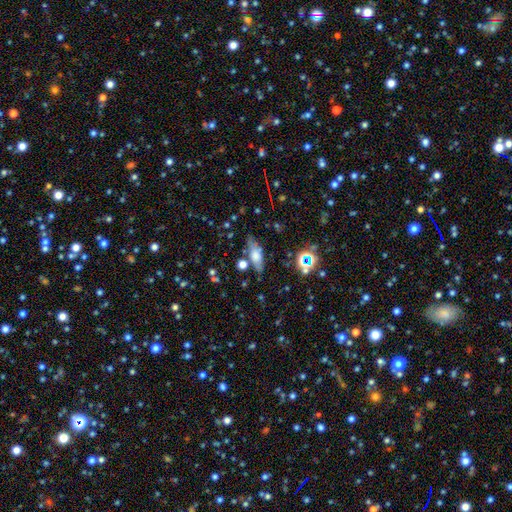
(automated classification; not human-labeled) smooth-or-featured: smooth: 59% | featured or disk: 28% | star or artifact: 13%
  how-rounded: in between: 63% | cigar-shaped: 31% | round: 6%
  merging: none: 69% | minor disturbance: 19% | merger: 6% | major disturbance: 6%